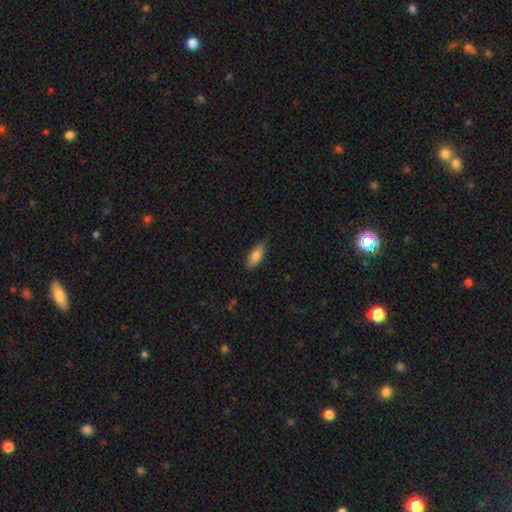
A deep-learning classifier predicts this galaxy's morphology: This is clearly a smooth galaxy (84%). How rounded: likely in between (79%). Merging: clearly none (80%).